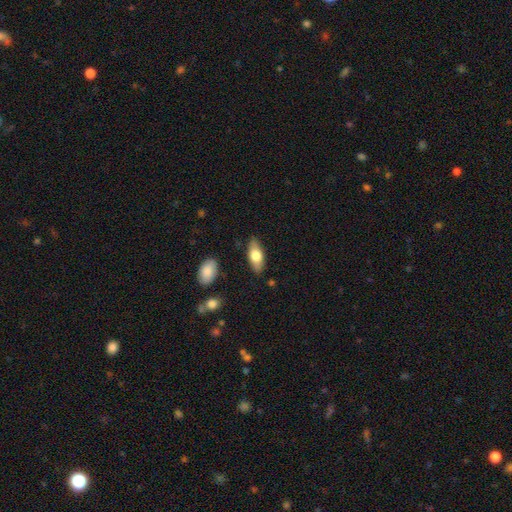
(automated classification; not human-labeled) Morphology: type=smooth (69%); roundness=in between (82%); merging=none (84%).